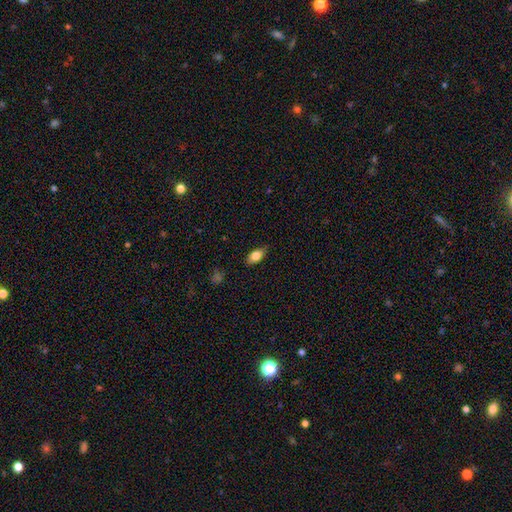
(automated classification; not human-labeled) smooth 82%, featured or disk 10%, star or artifact 8%. Down the decision tree: how rounded — in between (88%); merging — none (81%).